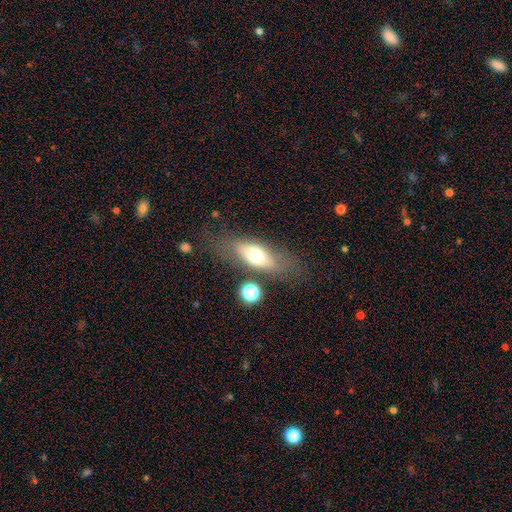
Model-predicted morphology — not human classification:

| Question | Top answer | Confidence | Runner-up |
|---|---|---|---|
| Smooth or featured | smooth | 59% | featured or disk (31%) |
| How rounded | in between | 70% | cigar-shaped (22%) |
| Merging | none | 65% | minor disturbance (19%) |